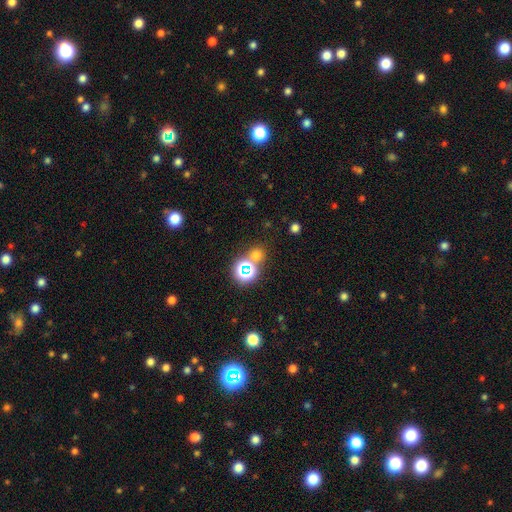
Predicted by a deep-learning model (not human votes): A smooth galaxy with no disk features (57%) that is round (85%).

Vote fractions:
- Smooth or featured? smooth: 57% / star or artifact: 37% / featured or disk: 7%
- How rounded? round: 85% / in between: 14% / cigar-shaped: 1%
- Merging? none: 69% / merger: 19% / minor disturbance: 8% / major disturbance: 4%